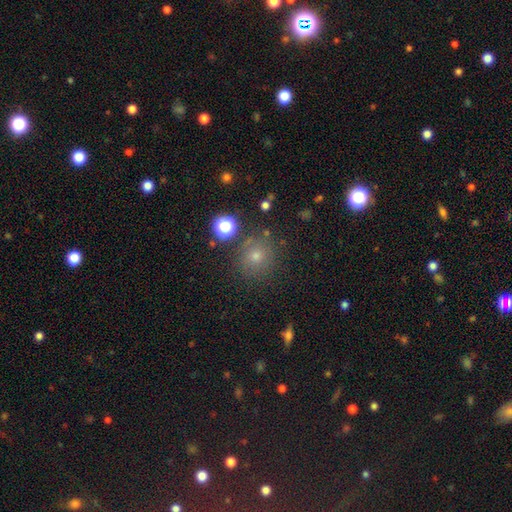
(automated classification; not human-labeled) Smooth or featured: smooth — 64% (star or artifact — 25%)
How rounded: round — 91% (in between — 8%)
Merging: none — 84% (minor disturbance — 9%)